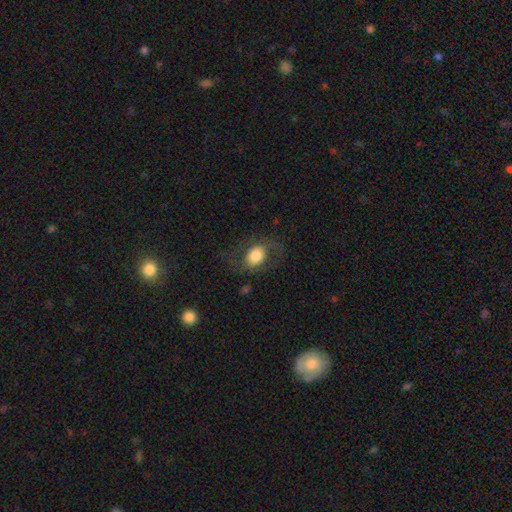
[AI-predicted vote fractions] smooth 60%, featured or disk 33%, star or artifact 8%. Down the decision tree: how rounded — in between (64%); merging — none (66%).